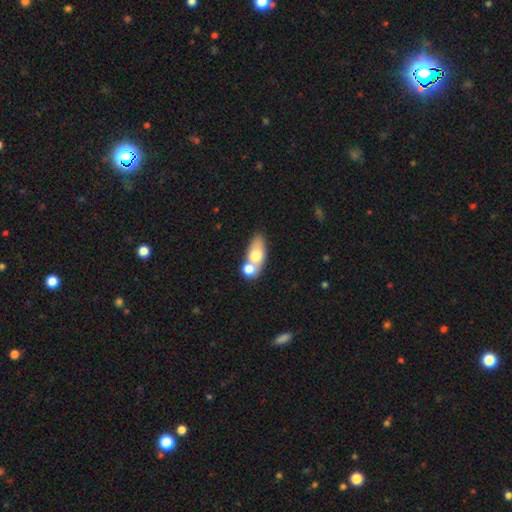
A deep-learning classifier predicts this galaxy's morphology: smooth-or-featured: smooth: 68% | featured or disk: 25% | star or artifact: 8%
  how-rounded: in between: 73% | round: 15% | cigar-shaped: 12%
  merging: merger: 57% | none: 29% | minor disturbance: 9% | major disturbance: 5%